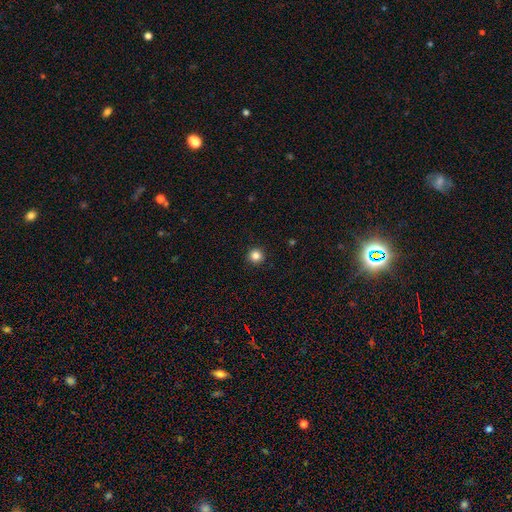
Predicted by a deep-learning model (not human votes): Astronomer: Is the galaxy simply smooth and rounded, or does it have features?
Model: smooth — 84%.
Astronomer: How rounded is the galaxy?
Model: round — 96%.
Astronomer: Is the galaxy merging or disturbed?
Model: none — 93%.